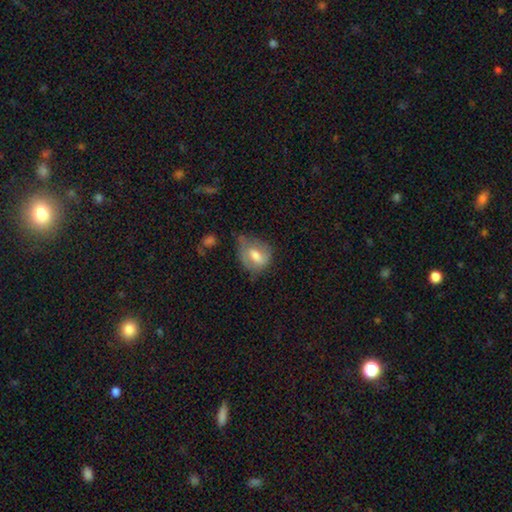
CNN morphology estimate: Smooth or featured: smooth — 59% (featured or disk — 33%)
How rounded: in between — 55% (round — 43%)
Merging: none — 39% (minor disturbance — 37%)